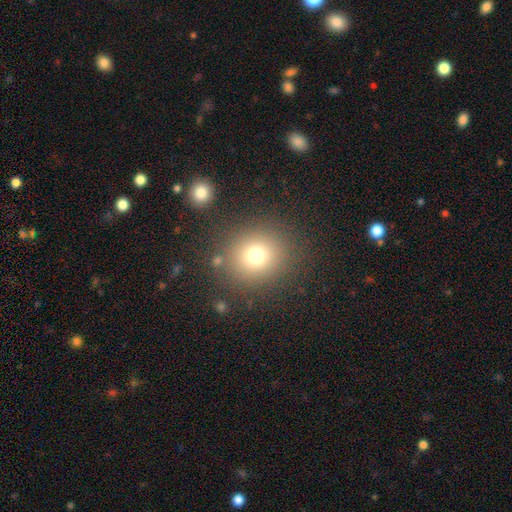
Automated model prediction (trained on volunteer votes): Smooth or featured: smooth — 74% (star or artifact — 16%)
How rounded: round — 83% (in between — 16%)
Merging: none — 83% (minor disturbance — 9%)